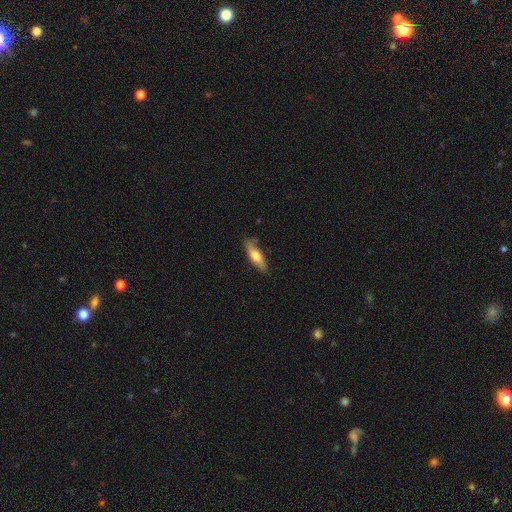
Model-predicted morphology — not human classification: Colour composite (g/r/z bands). It shows a smooth galaxy with no disk features (63%) that is cigar-shaped (57%). Merging: none (80%).